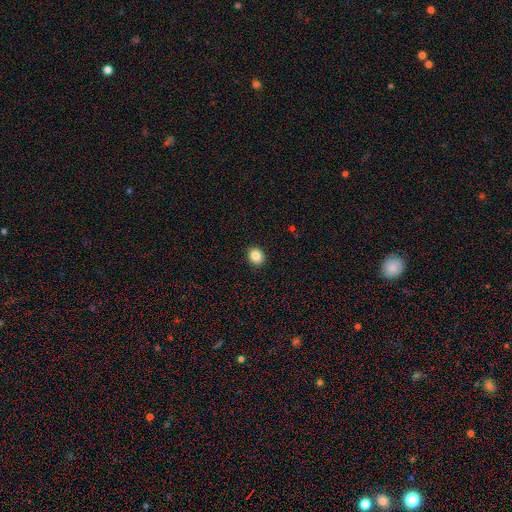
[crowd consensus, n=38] Overall: smooth (92%). How rounded: round (89%). Merging: none (94%).